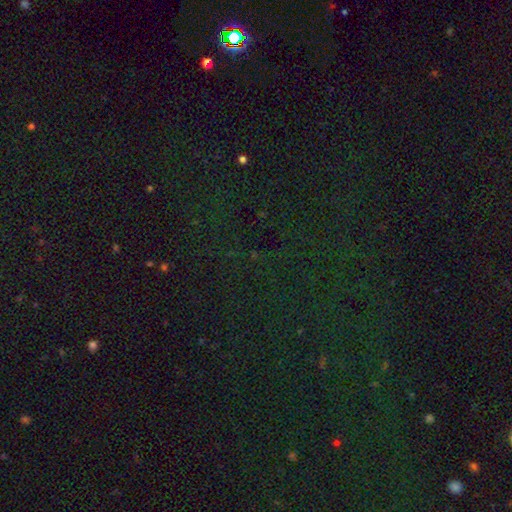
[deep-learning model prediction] smooth_or_featured: star or artifact (p=0.81) [alt: smooth p=0.11]